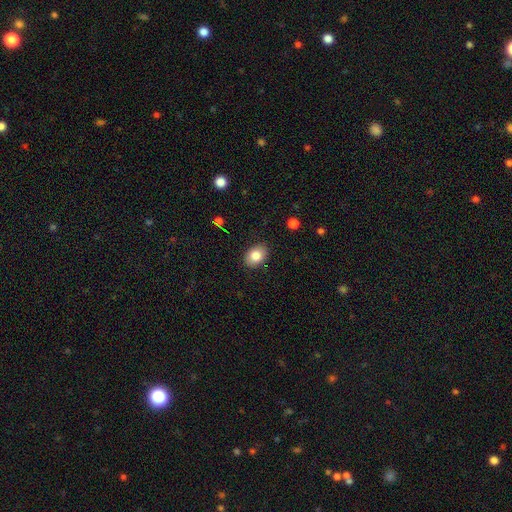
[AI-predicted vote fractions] Overall: smooth (83%). How rounded: in between (77%). Merging: none (87%).